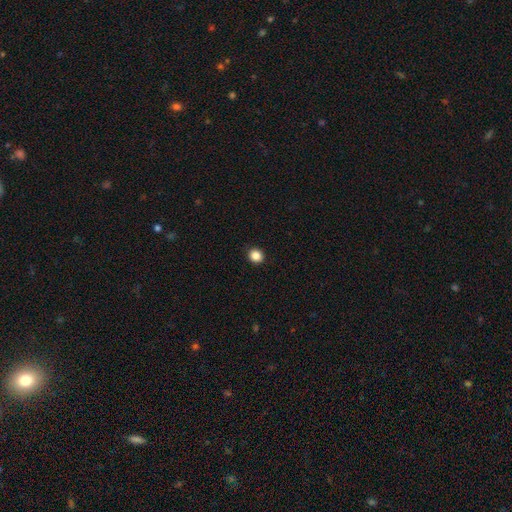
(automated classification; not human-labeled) This is clearly a smooth galaxy (86%). How rounded: clearly round (85%). Merging: clearly none (92%).